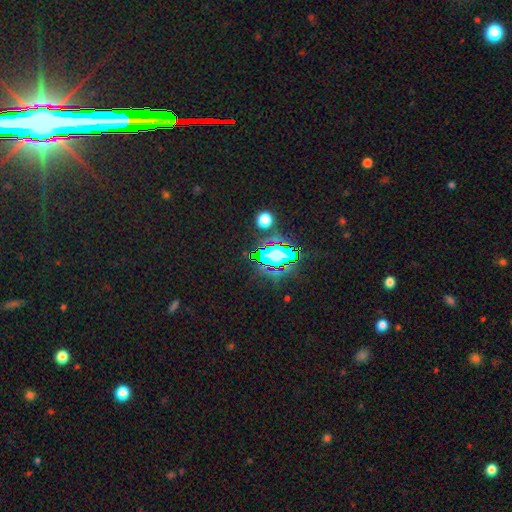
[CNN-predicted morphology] star or artifact 82%, smooth 11%, featured or disk 7%.